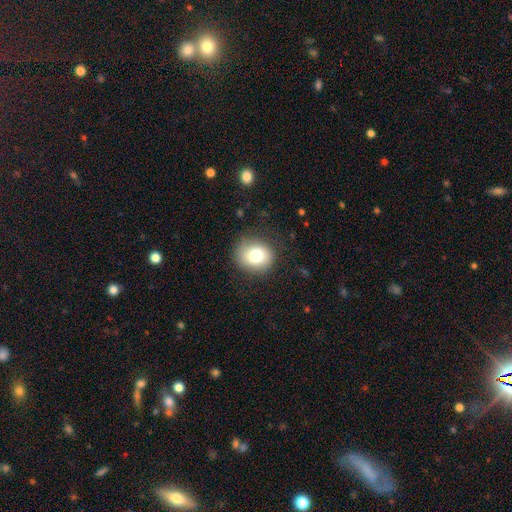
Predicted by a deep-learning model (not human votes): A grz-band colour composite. It shows a smooth galaxy with no disk features (78%) that is round (75%). Merging: none (83%).